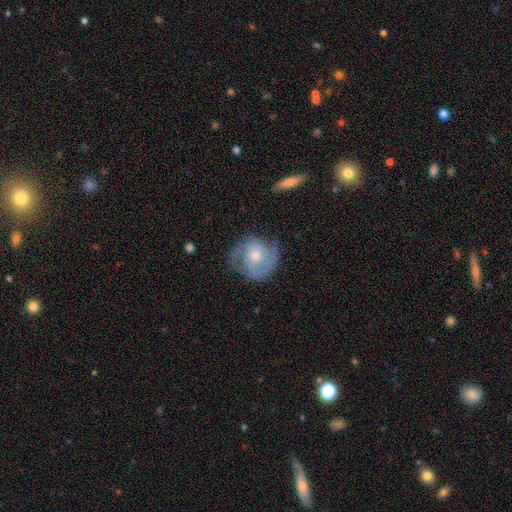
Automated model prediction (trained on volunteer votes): Smooth or featured? featured or disk (70%)
Edge-on disk? no (97%)
Bar? no (74%)
Spiral arms? yes (87%)
Spiral winding? tight (46%)
Spiral arm count? 2 (56%)
Bulge size? moderate (58%)
Merging? none (64%)